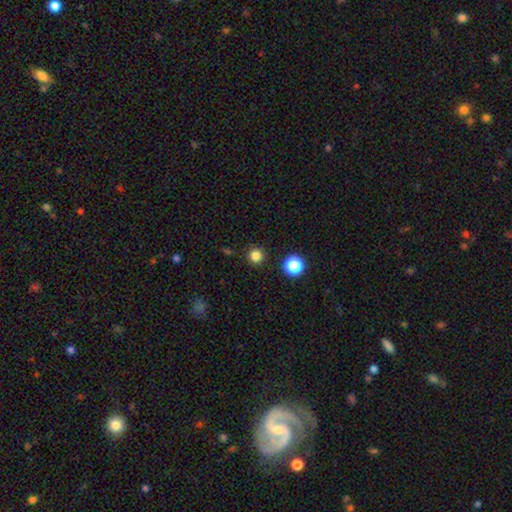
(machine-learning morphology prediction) Smooth or featured? Predicted: smooth (p=0.82). How rounded? Predicted: round (p=0.95). Merging? Predicted: none (p=0.91).